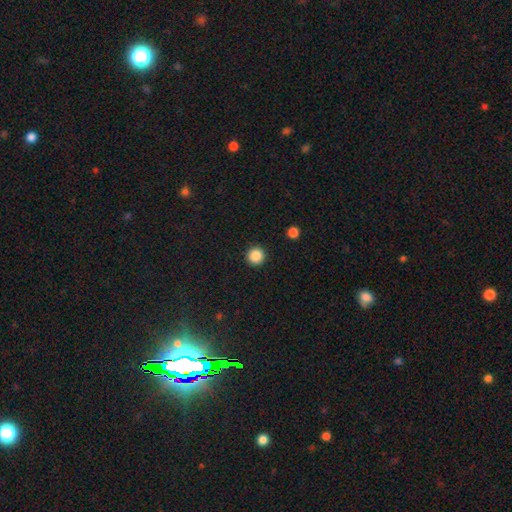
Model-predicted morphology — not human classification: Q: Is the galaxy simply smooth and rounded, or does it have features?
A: smooth — 87%.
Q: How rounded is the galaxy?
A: round — 96%.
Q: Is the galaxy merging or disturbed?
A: none — 93%.